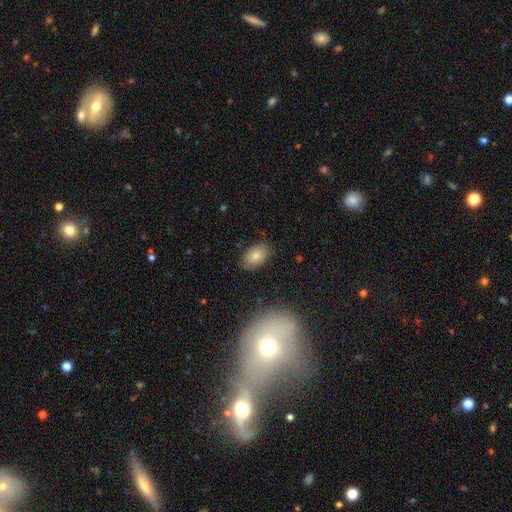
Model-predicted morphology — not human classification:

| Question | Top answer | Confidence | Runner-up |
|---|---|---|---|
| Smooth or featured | smooth | 78% | featured or disk (13%) |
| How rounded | in between | 90% | round (9%) |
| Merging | none | 83% | minor disturbance (12%) |